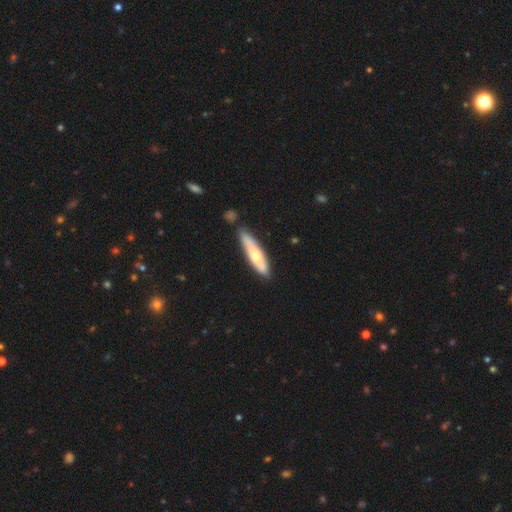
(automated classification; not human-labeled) Smooth or featured? Predicted: smooth (p=0.52). How rounded? Predicted: cigar-shaped (p=0.74). Merging? Predicted: none (p=0.74).